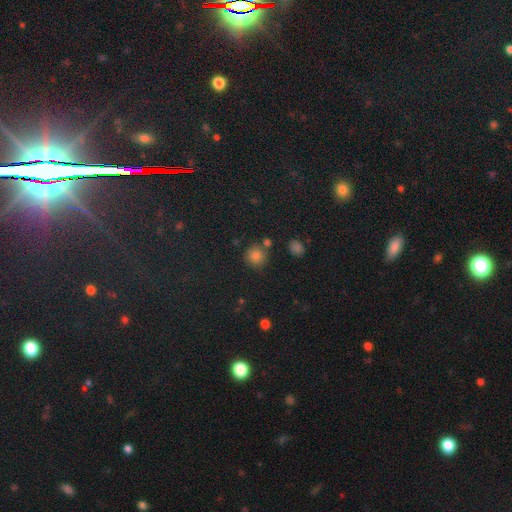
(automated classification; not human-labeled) smooth-or-featured: smooth: 77% | star or artifact: 17% | featured or disk: 6%
  how-rounded: round: 92% | in between: 7% | cigar-shaped: 1%
  merging: none: 77% | merger: 10% | minor disturbance: 10% | major disturbance: 3%